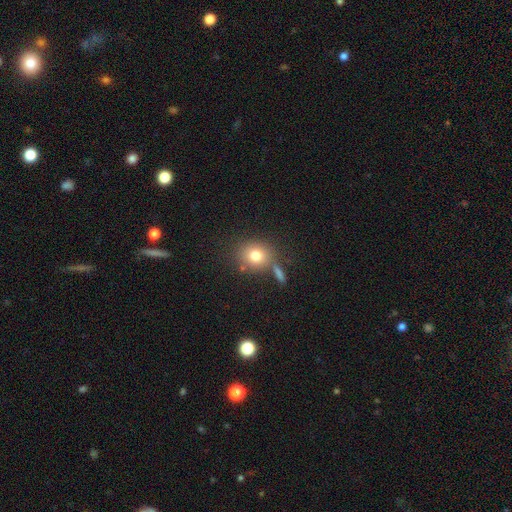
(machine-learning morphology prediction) smooth-or-featured: smooth: 77% | star or artifact: 12% | featured or disk: 11%
  how-rounded: round: 76% | in between: 23% | cigar-shaped: 1%
  merging: none: 71% | merger: 13% | minor disturbance: 12% | major disturbance: 5%